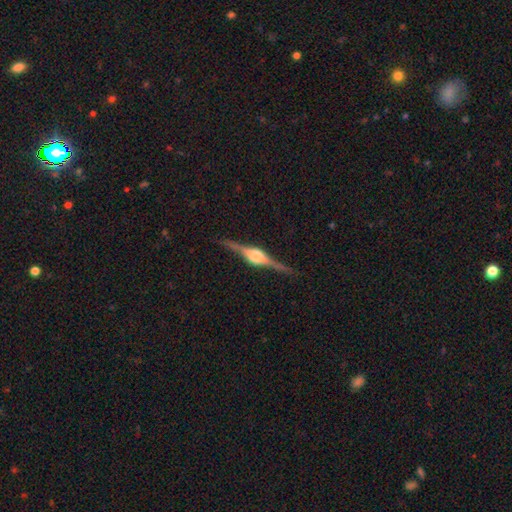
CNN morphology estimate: Smooth or featured? Predicted: featured or disk (p=0.88). Edge-on disk? Predicted: yes (p=0.98). Edge-on bulge? Predicted: rounded (p=0.88). Merging? Predicted: none (p=0.89).